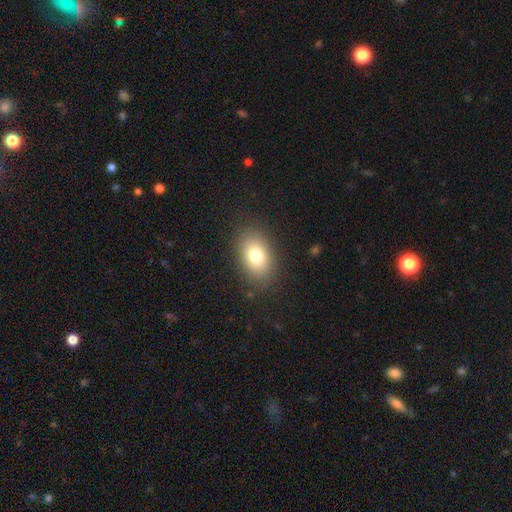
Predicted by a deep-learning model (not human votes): Overall: smooth (79%). How rounded: in between (83%). Merging: none (85%).